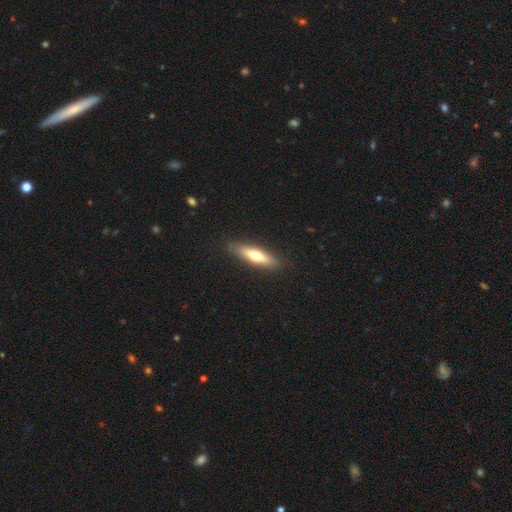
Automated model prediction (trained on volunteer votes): Overall: smooth (56%; featured or disk 38%). How rounded: cigar-shaped (72%). Merging: none (88%).